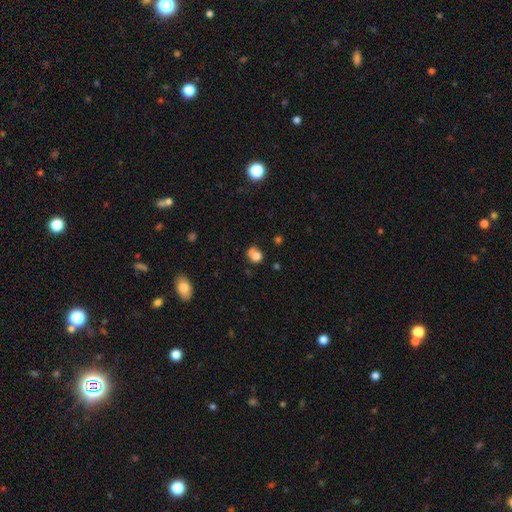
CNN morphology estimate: Smooth or featured? Predicted: smooth (p=0.75). How rounded? Predicted: round (p=0.66). Merging? Predicted: none (p=0.39).